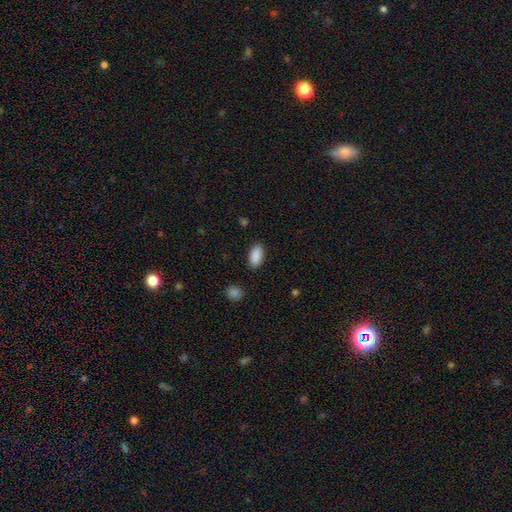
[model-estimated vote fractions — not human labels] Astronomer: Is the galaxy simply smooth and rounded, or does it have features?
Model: smooth — 90%.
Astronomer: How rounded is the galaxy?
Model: in between — 93%.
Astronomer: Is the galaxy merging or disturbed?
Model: none — 87%.